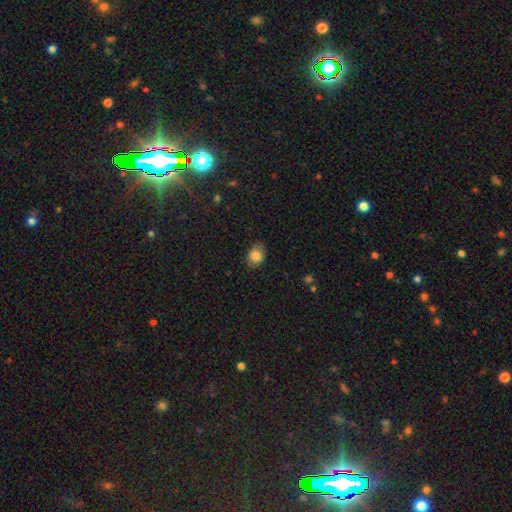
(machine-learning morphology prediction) Smooth or featured? smooth (82%)
How rounded? in between (66%)
Merging? none (79%)